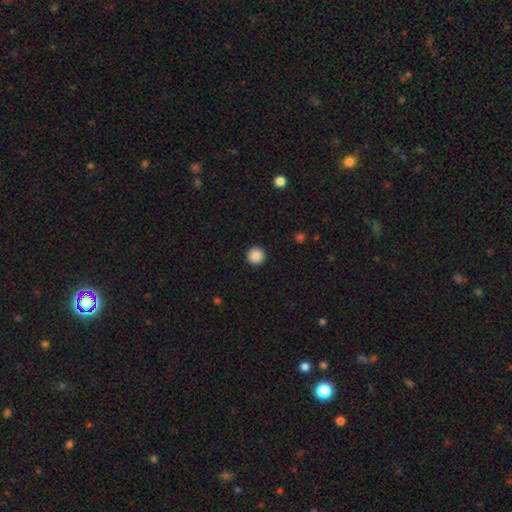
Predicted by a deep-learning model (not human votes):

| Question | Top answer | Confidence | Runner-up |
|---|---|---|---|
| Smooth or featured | smooth | 88% | star or artifact (9%) |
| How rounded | round | 97% | in between (3%) |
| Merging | none | 94% | minor disturbance (4%) |